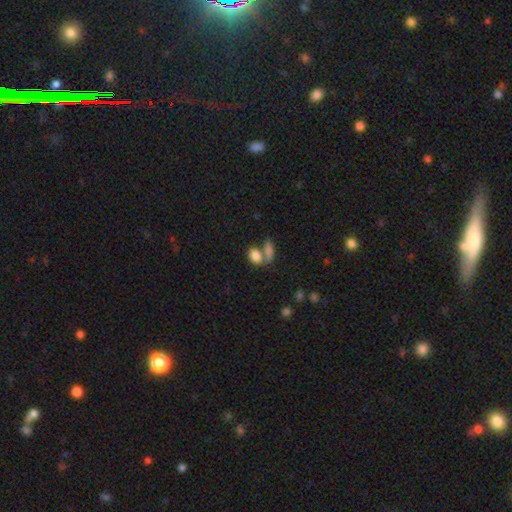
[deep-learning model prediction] Smooth or featured: smooth — 83% (featured or disk — 9%)
How rounded: in between — 80% (round — 18%)
Merging: merger — 51% (none — 34%)